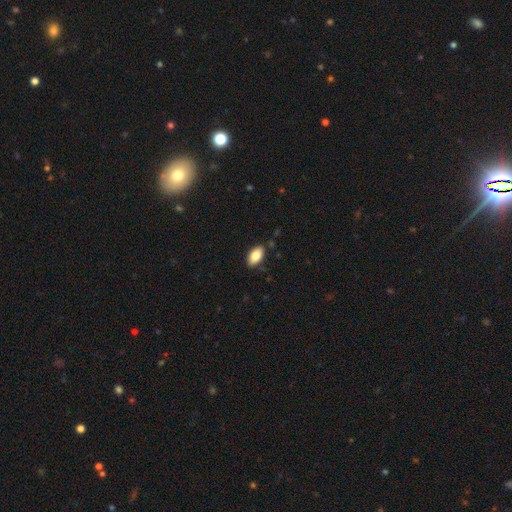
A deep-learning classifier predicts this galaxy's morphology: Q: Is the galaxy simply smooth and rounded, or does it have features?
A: smooth — 84%.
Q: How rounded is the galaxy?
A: in between — 94%.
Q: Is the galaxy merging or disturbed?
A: none — 85%.